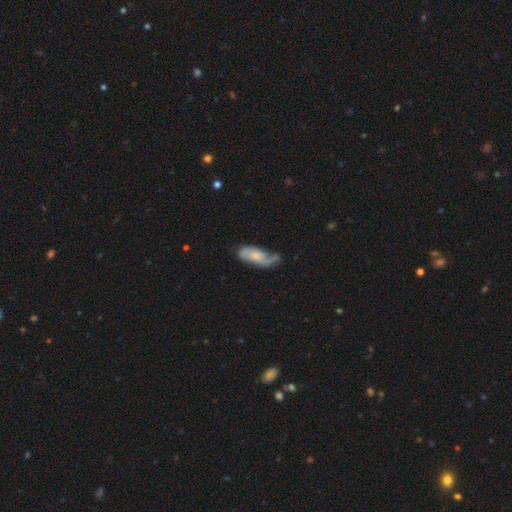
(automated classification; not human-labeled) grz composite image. It shows a featured or disk galaxy (60%) with no bar (68%), spiral arms (87%) and a small central bulge (50%). Merging: none (45%).